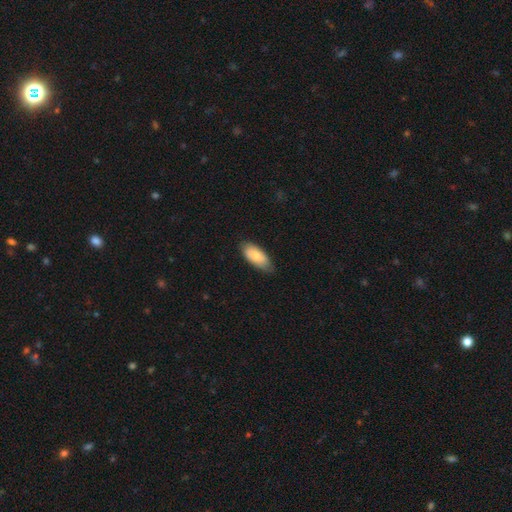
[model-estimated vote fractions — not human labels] This appears to be a smooth galaxy with no disk features (81%) that is in between round and cigar-shaped (88%). Merging: none (75%).